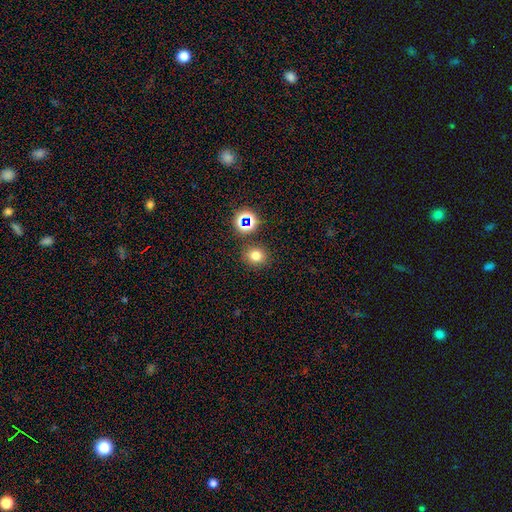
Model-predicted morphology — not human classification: Smooth or featured? smooth (73%)
How rounded? round (78%)
Merging? none (85%)